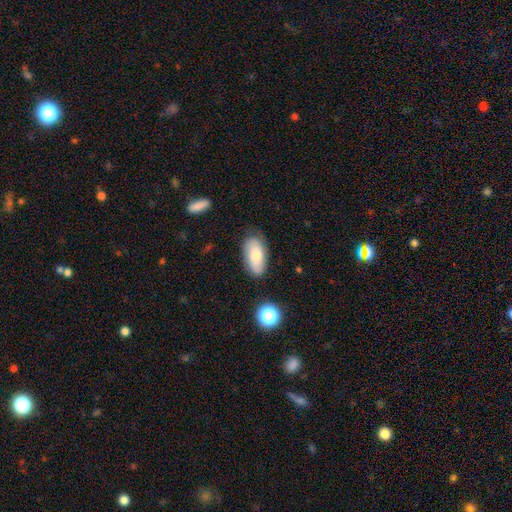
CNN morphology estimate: This appears to be a smooth galaxy with no disk features (66%) that is in between round and cigar-shaped (91%). Merging: none (74%).